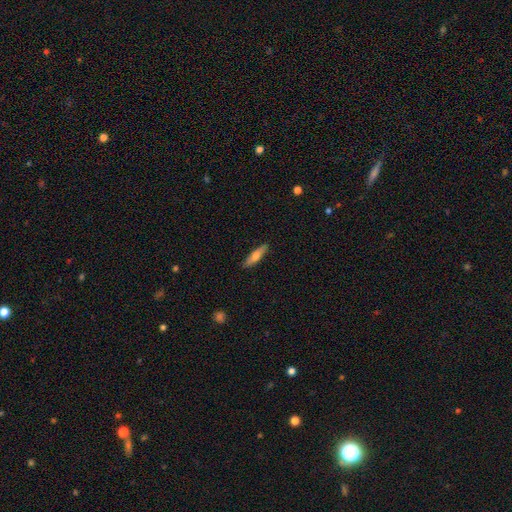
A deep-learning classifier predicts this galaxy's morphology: This appears to be a smooth galaxy with no disk features (63%) that is cigar-shaped (75%). Merging: none (88%).